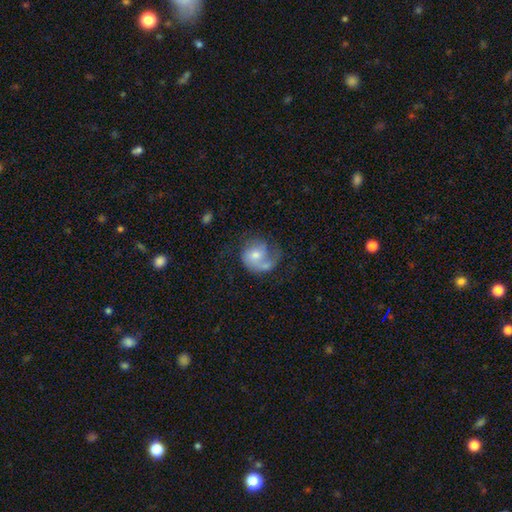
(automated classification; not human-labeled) Smooth or featured?
  - featured or disk: 61% *
  - smooth: 32%
  - star or artifact: 7%
Edge-on disk?
  - no: 98% *
  - yes: 2%
Bar?
  - no: 73% *
  - weak: 24%
  - strong: 3%
Spiral arms?
  - yes: 83% *
  - no: 17%
Bulge size?
  - moderate: 54% *
  - small: 35%
  - large: 6%
  - none: 4%
  - dominant: 2%
Merging?
  - none: 39% *
  - major disturbance: 29%
  - minor disturbance: 20%
  - merger: 12%